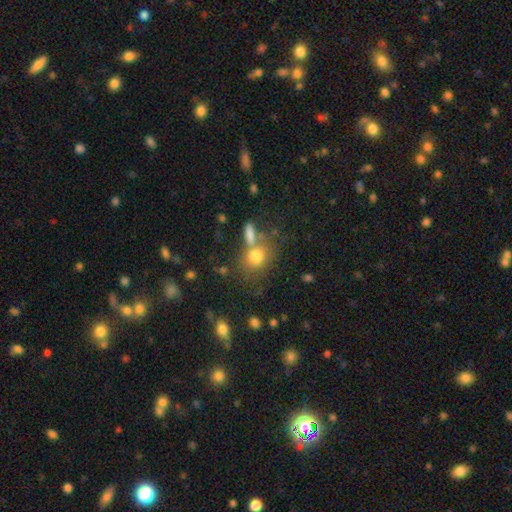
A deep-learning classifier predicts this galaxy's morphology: Smooth or featured: smooth — 76% (star or artifact — 13%)
How rounded: round — 55% (in between — 43%)
Merging: none — 53% (merger — 27%)